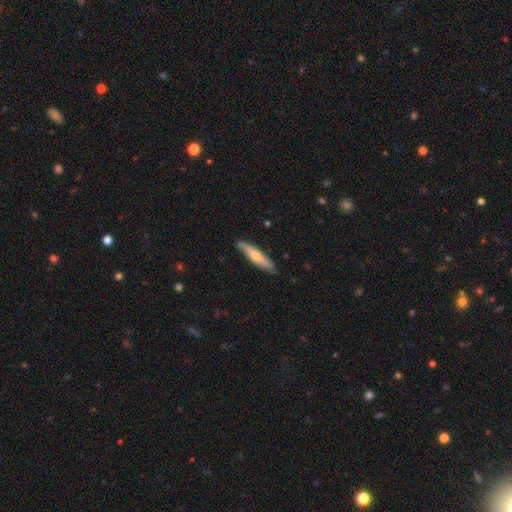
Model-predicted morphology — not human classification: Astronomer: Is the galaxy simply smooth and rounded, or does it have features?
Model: smooth — 55% (runner-up: featured or disk, 40%).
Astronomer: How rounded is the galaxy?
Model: cigar-shaped — 83%.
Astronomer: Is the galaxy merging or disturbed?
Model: none — 81%.